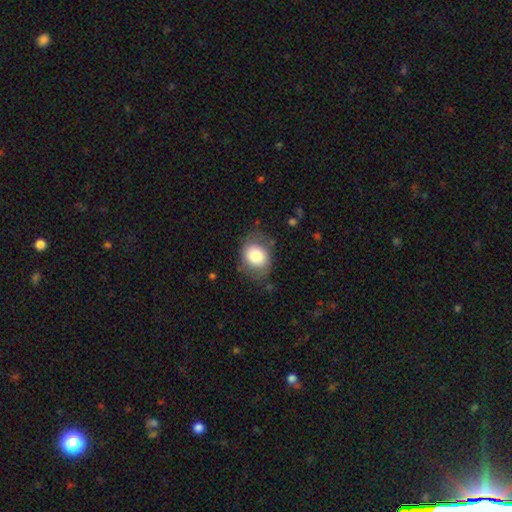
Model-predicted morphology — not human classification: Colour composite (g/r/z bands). It shows a smooth galaxy with no disk features (78%) that is in between round and cigar-shaped (58%). Merging: none (69%).